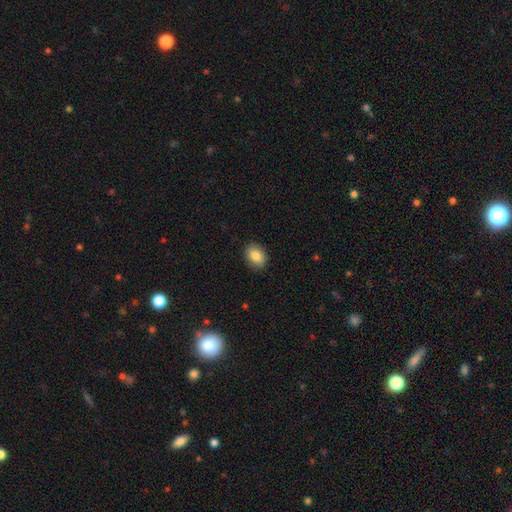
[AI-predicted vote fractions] A smooth galaxy with no disk features (86%) that is in between round and cigar-shaped (73%).

Vote fractions:
- Smooth or featured? smooth: 86% / star or artifact: 8% / featured or disk: 6%
- How rounded? in between: 73% / round: 26% / cigar-shaped: 1%
- Merging? none: 88% / minor disturbance: 9% / major disturbance: 2% / merger: 1%